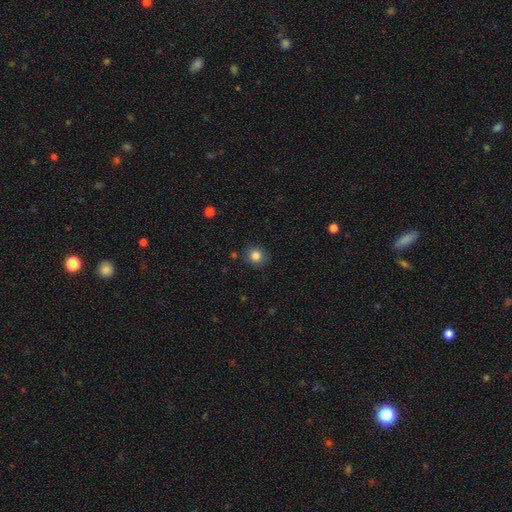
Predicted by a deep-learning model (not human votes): Smooth or featured? smooth (83%)
How rounded? round (84%)
Merging? none (87%)